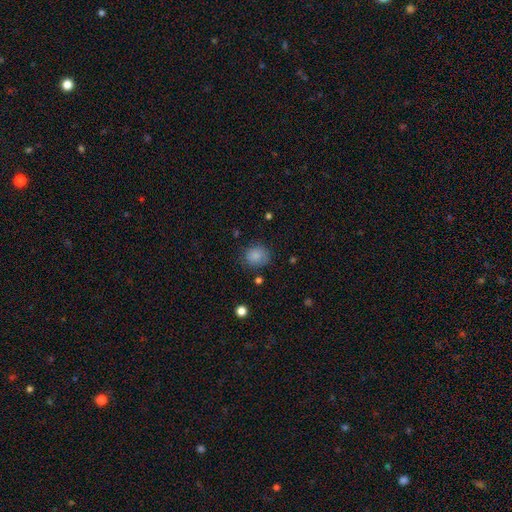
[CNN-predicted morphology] smooth 84%, star or artifact 10%, featured or disk 6%. Down the decision tree: how rounded — round (75%); merging — none (76%).